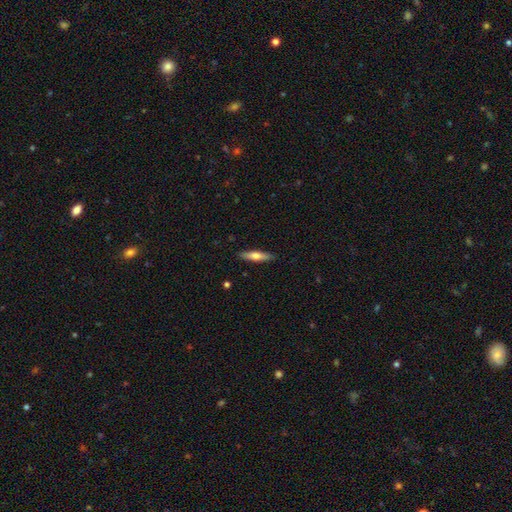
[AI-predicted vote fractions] A smooth galaxy with no disk features (57%) that is cigar-shaped (79%).

Vote fractions:
- Smooth or featured? smooth: 57% / featured or disk: 37% / star or artifact: 6%
- How rounded? cigar-shaped: 79% / in between: 19% / round: 2%
- Merging? none: 90% / minor disturbance: 8% / major disturbance: 2% / merger: 1%